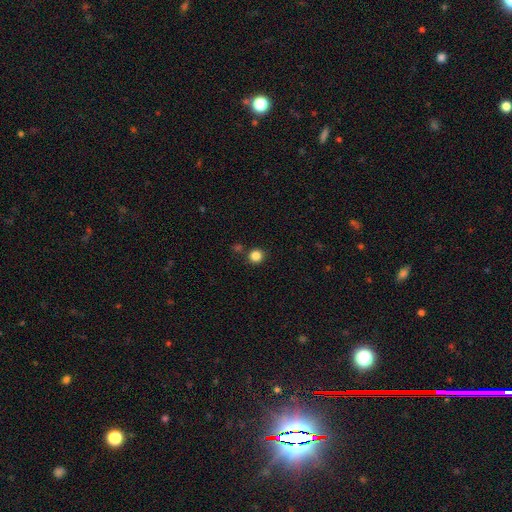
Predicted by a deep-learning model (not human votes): Smooth or featured? Predicted: smooth (p=0.84). How rounded? Predicted: round (p=0.92). Merging? Predicted: none (p=0.85).